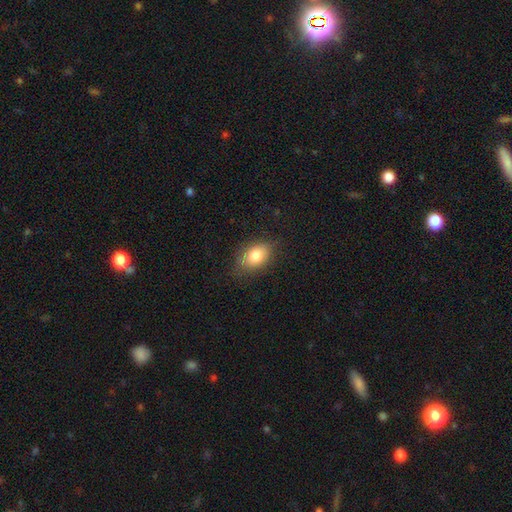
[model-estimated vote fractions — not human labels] This is clearly a smooth galaxy (80%). How rounded: clearly in between (82%). Merging: likely none (78%).